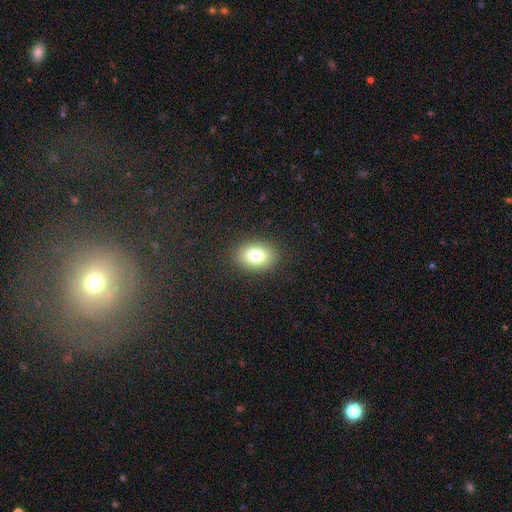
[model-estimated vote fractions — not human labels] A smooth galaxy with no disk features (80%) that is in between round and cigar-shaped (70%). Merging: none (88%).